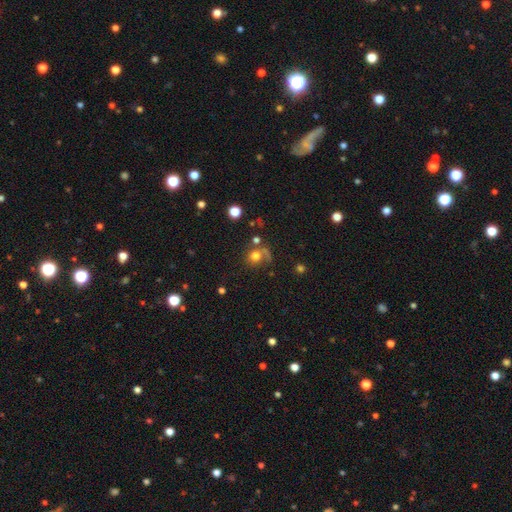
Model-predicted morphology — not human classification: smooth-or-featured: smooth: 71% | featured or disk: 15% | star or artifact: 14%
  how-rounded: round: 84% | in between: 15% | cigar-shaped: 1%
  merging: none: 53% | merger: 16% | major disturbance: 16% | minor disturbance: 15%